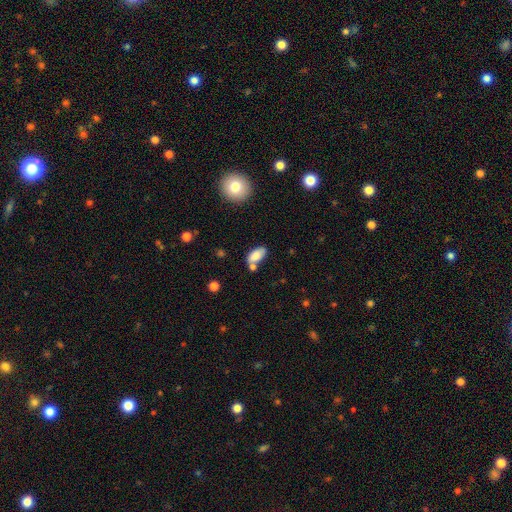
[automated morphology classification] The model was most divided on "merging": none: 54%, merger: 23%, minor disturbance: 18%, major disturbance: 5%. More confident: how rounded — in between (92%); smooth or featured — smooth (82%).